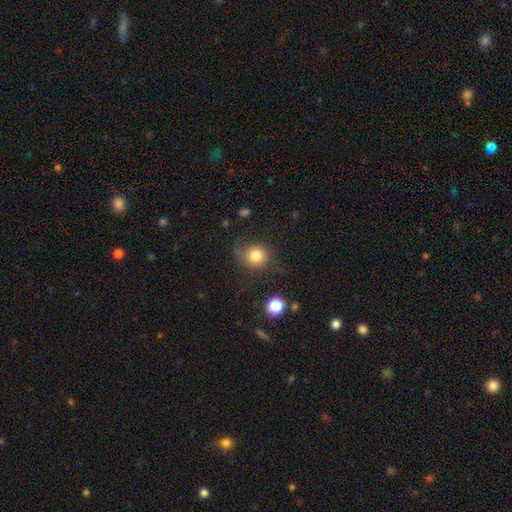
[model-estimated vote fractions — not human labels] Morphology: type=smooth (80%); roundness=round (87%); merging=none (65%).